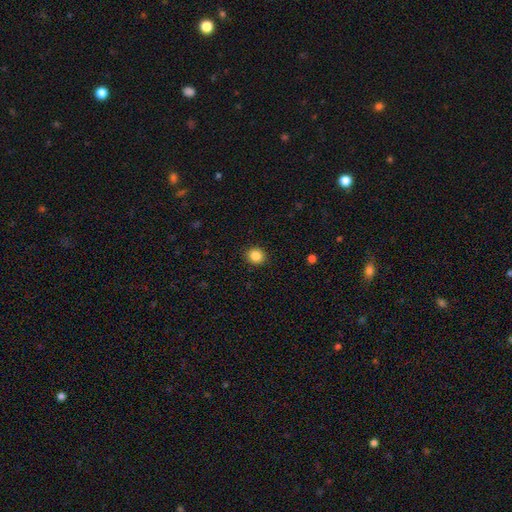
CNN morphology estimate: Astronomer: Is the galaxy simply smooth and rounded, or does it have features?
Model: smooth — 86%.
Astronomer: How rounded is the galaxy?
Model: round — 81%.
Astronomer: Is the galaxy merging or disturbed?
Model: none — 91%.